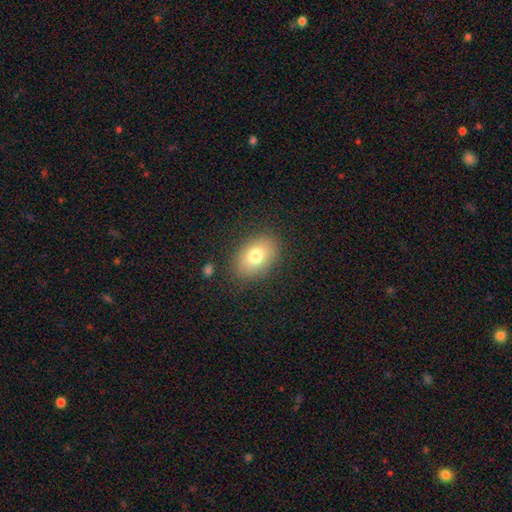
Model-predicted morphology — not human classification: Smooth or featured: smooth — 77% (featured or disk — 14%)
How rounded: in between — 82% (round — 17%)
Merging: none — 84% (minor disturbance — 11%)